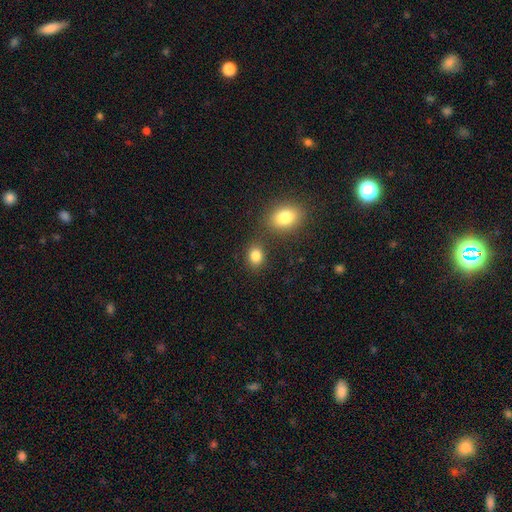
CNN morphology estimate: This is clearly a smooth galaxy (84%). How rounded: possibly in between (53%). Merging: likely none (73%).